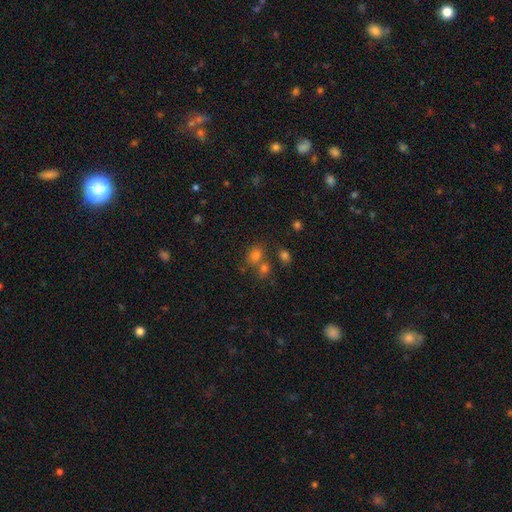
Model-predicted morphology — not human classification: Q: Smooth or featured?
A: smooth (70%); runner-up: star or artifact (20%)
Q: How rounded?
A: in between (50%); runner-up: round (49%)
Q: Merging?
A: none (53%); runner-up: merger (32%)